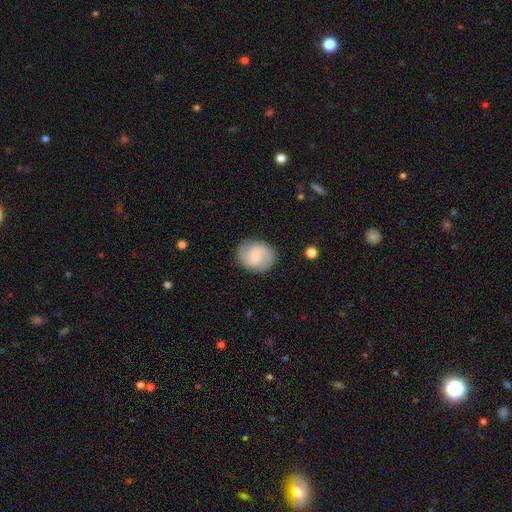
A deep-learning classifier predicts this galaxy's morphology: smooth_or_featured: featured or disk (p=0.57) [alt: smooth p=0.36]
disk_edge_on: no (p=0.98) [alt: yes p=0.02]
bar: no (p=0.49) [alt: weak p=0.44]
has_spiral_arms: yes (p=0.89) [alt: no p=0.11]
bulge_size: small (p=0.55) [alt: moderate p=0.37]
merging: none (p=0.82) [alt: minor disturbance p=0.13]